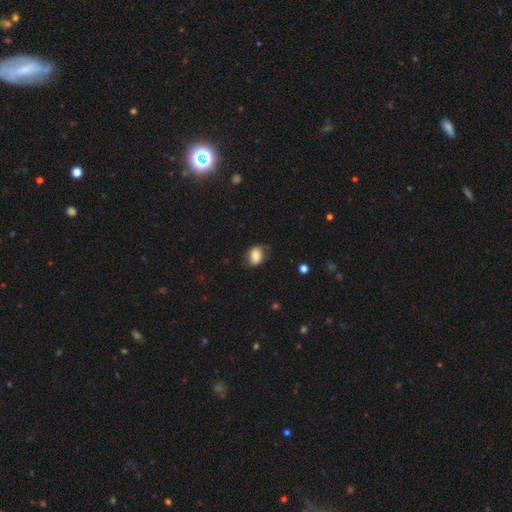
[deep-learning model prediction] smooth-or-featured: smooth: 75% | featured or disk: 17% | star or artifact: 8%
  how-rounded: in between: 66% | round: 33% | cigar-shaped: 1%
  merging: none: 67% | minor disturbance: 24% | major disturbance: 7% | merger: 1%